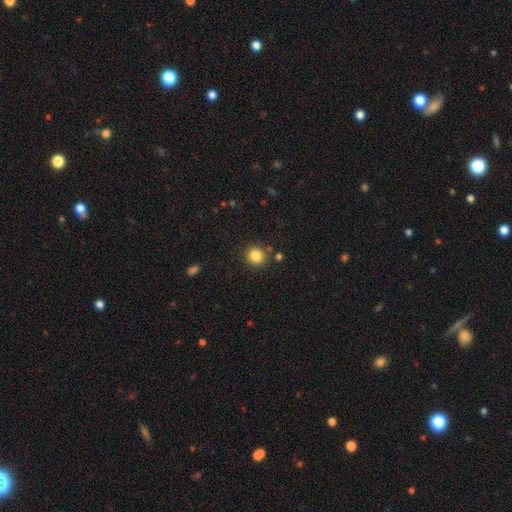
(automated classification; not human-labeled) Morphology: type=smooth (84%); roundness=round (90%); merging=none (87%).